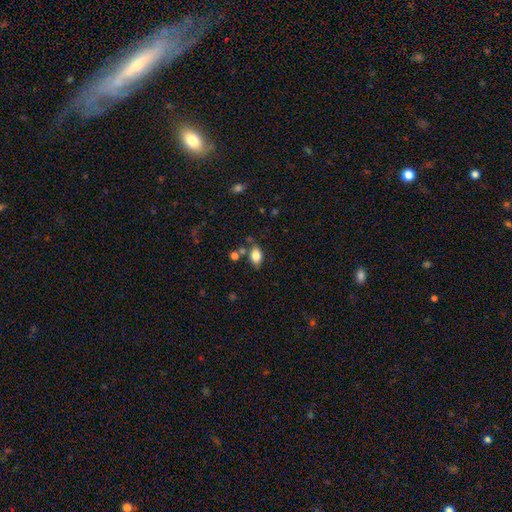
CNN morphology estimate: smooth_or_featured: smooth (p=0.81) [alt: featured or disk p=0.11]
how_rounded: in between (p=0.88) [alt: round p=0.10]
merging: none (p=0.70) [alt: minor disturbance p=0.16]